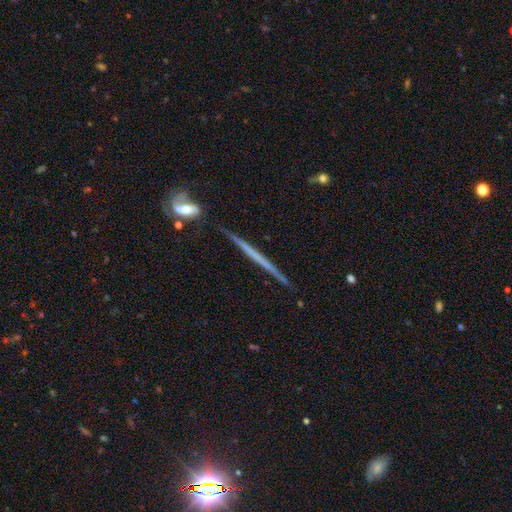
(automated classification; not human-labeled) featured or disk 66%, smooth 28%, star or artifact 6%. Down the decision tree: edge-on disk — yes (96%); edge-on bulge — none (89%); merging — none (86%).